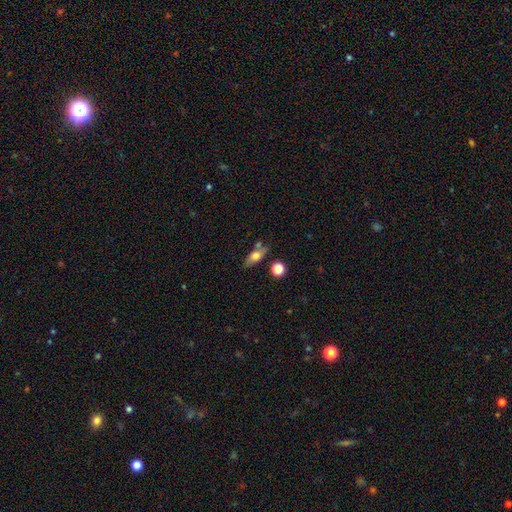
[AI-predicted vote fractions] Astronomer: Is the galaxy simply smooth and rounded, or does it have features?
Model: smooth — 62%.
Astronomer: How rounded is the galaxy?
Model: in between — 68%.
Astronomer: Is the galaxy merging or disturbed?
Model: none — 65%.